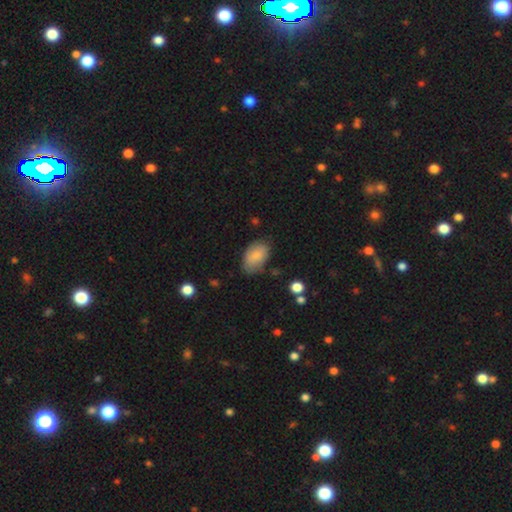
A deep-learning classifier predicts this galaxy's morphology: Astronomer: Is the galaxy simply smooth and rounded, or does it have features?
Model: smooth — 81%.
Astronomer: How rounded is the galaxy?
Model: in between — 93%.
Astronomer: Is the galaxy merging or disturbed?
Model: none — 70%.